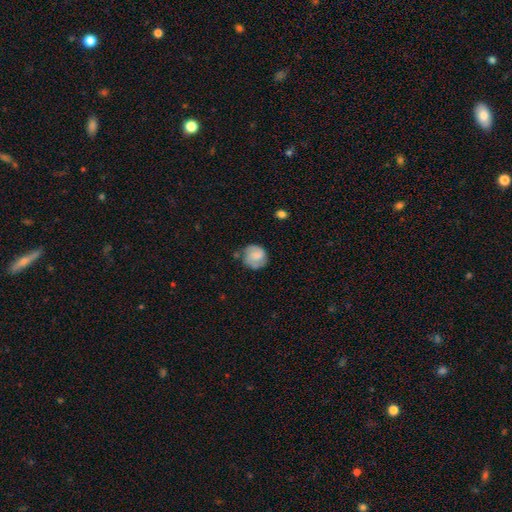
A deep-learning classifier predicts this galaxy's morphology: Smooth or featured?
  - smooth: 47% *
  - featured or disk: 45%
  - star or artifact: 8%
Merging?
  - none: 68% *
  - minor disturbance: 21%
  - major disturbance: 8%
  - merger: 3%